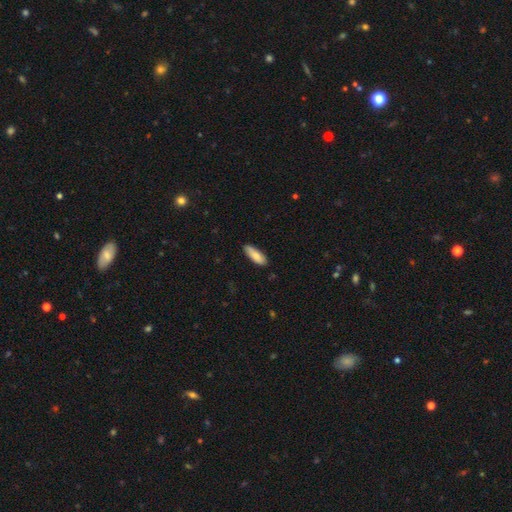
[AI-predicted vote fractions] This appears to be a smooth galaxy with no disk features (83%) that is in between round and cigar-shaped (64%). Merging: none (85%).